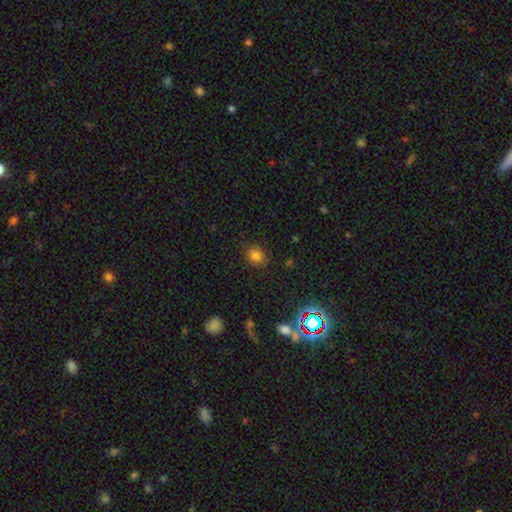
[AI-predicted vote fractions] A smooth galaxy with no disk features (79%) that is round (66%). Merging: none (86%).